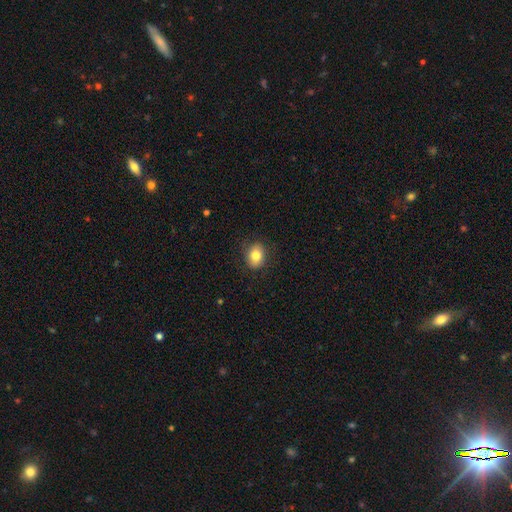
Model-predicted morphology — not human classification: A smooth galaxy with no disk features (82%) that is in between round and cigar-shaped (58%). Merging: none (82%).